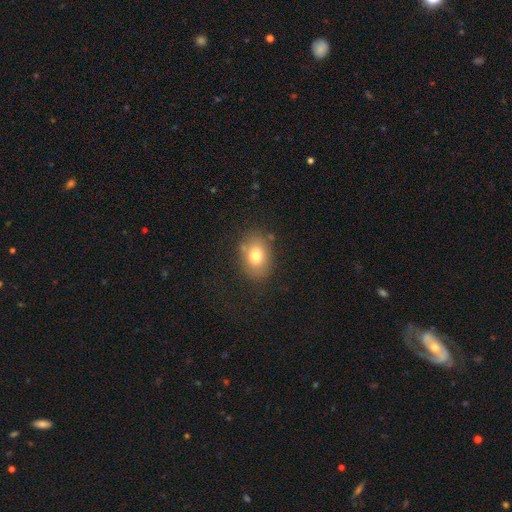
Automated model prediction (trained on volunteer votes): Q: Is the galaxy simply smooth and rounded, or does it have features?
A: smooth — 76%.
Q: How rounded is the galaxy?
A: in between — 71%.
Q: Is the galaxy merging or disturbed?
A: none — 78%.